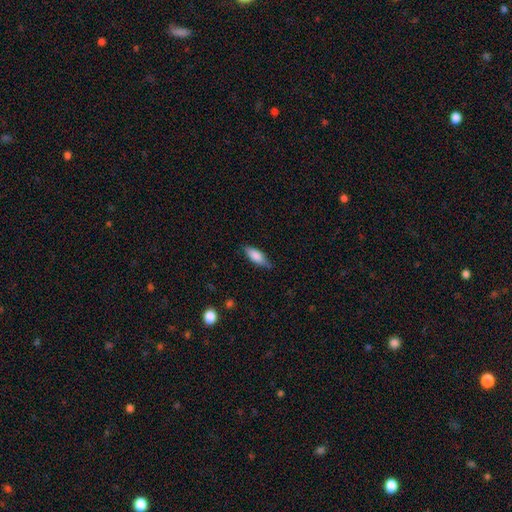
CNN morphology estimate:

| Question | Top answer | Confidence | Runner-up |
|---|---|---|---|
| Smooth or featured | smooth | 78% | featured or disk (16%) |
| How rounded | in between | 66% | cigar-shaped (32%) |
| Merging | none | 74% | minor disturbance (21%) |